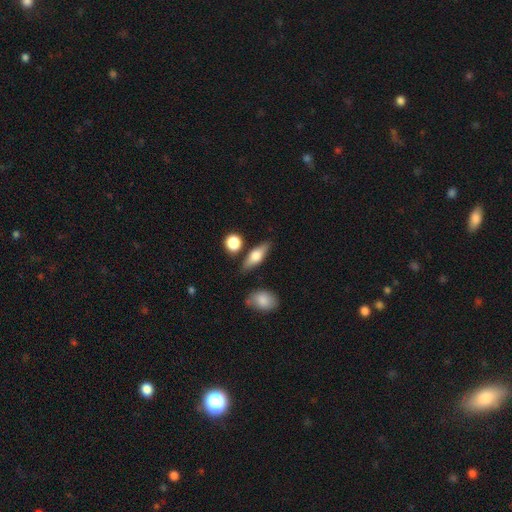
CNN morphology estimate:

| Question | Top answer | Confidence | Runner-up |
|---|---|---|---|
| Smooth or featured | smooth | 57% | featured or disk (36%) |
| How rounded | in between | 59% | cigar-shaped (33%) |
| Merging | none | 79% | minor disturbance (12%) |